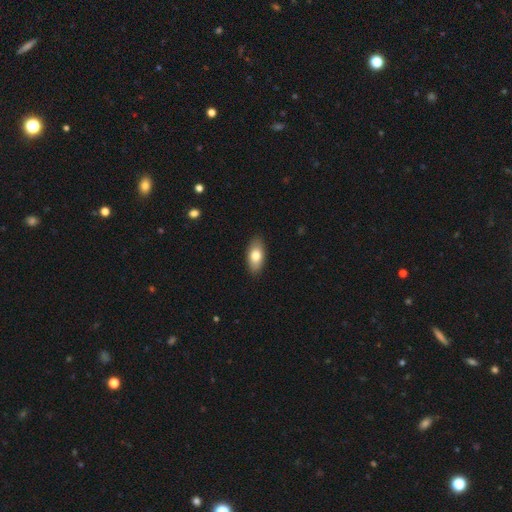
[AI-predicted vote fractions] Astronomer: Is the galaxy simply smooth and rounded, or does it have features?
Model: smooth — 78%.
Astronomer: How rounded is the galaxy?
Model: in between — 90%.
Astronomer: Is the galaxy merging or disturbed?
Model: none — 88%.